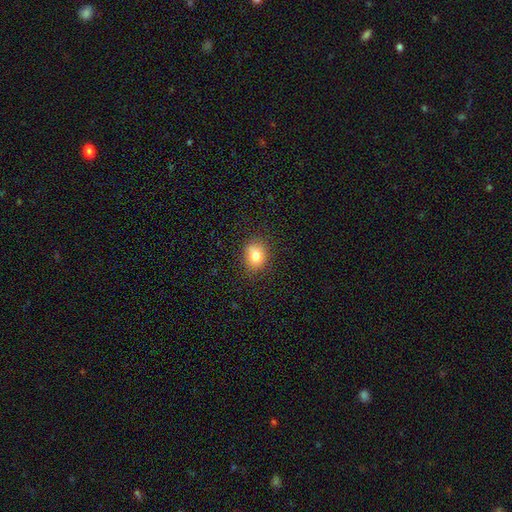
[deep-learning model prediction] Smooth or featured? Predicted: smooth (p=0.79). How rounded? Predicted: round (p=0.52). Merging? Predicted: none (p=0.81).